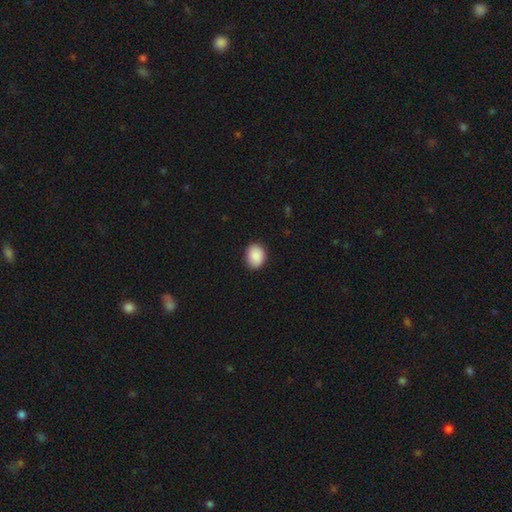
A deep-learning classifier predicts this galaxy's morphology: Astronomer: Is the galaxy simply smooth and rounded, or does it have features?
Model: smooth — 90%.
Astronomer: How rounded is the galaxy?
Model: in between — 55% (runner-up: round, 44%).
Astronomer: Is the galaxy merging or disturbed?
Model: none — 88%.